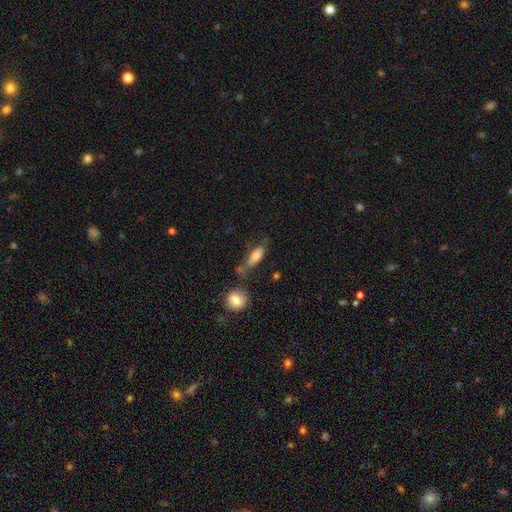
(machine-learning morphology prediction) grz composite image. It shows a smooth galaxy with no disk features (76%) that is in between round and cigar-shaped (60%). Merging: none (48%).